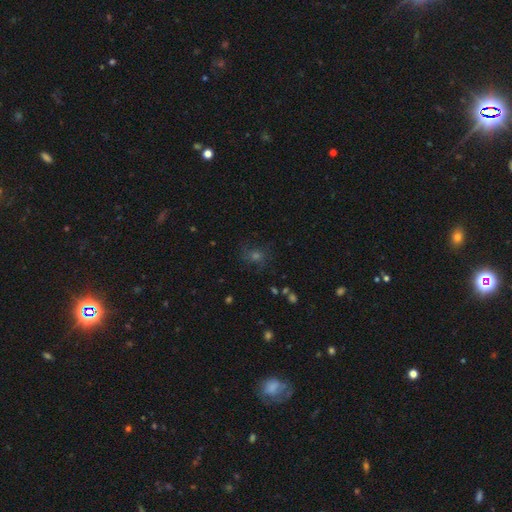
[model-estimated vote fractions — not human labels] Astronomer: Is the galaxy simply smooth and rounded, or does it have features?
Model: smooth — 42% (runner-up: star or artifact, 40%).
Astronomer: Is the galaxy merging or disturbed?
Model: none — 77%.